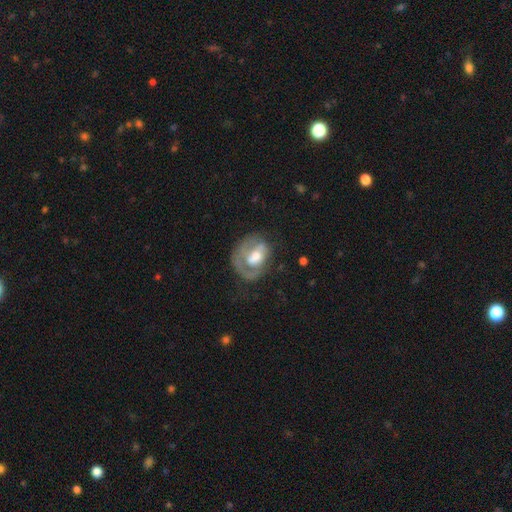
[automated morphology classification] This is likely a featured or disk galaxy (62%). It is clearly not viewed edge-on (96%). Bar: likely no (62%). Spiral arm pattern: possibly yes (57%). Central bulge: possibly moderate (59%). Merging: marginally none (42%).